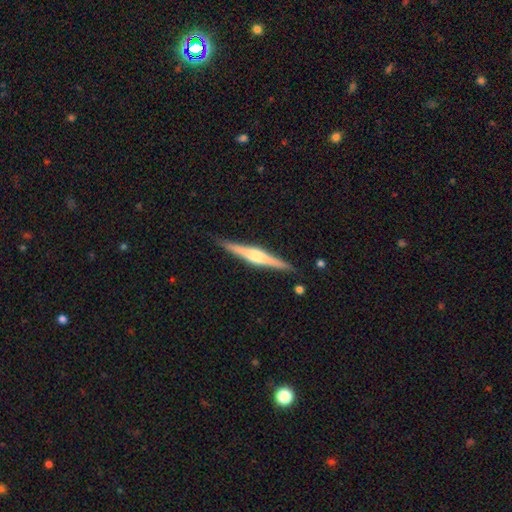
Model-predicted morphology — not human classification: Smooth or featured? featured or disk (77%)
Edge-on disk? yes (98%)
Edge-on bulge? rounded (82%)
Merging? none (90%)